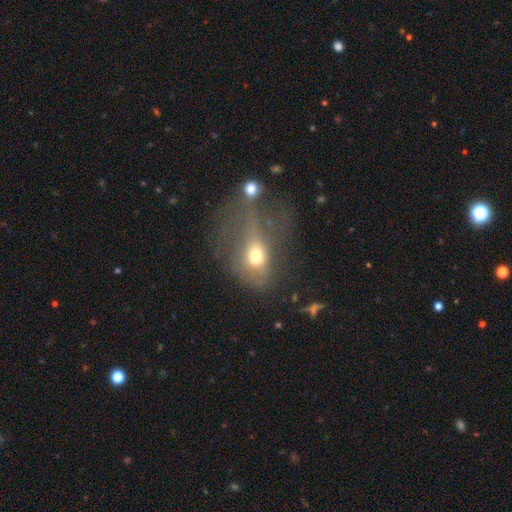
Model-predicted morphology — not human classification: smooth_or_featured: smooth (p=0.54) [alt: featured or disk p=0.32]
how_rounded: in between (p=0.63) [alt: round p=0.34]
merging: major disturbance (p=0.50) [alt: merger p=0.19]